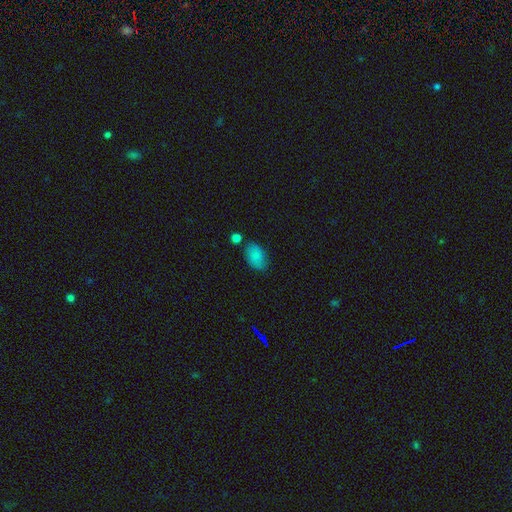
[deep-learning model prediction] This is clearly a smooth galaxy (85%). How rounded: clearly in between (90%). Merging: likely none (73%).